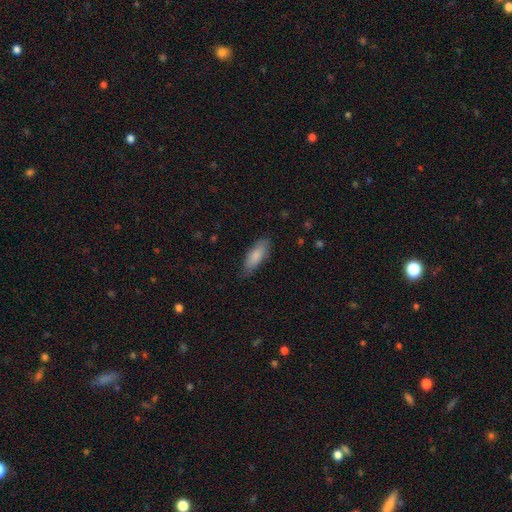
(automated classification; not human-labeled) A smooth galaxy with no disk features (83%) that is in between round and cigar-shaped (67%).

Vote fractions:
- Smooth or featured? smooth: 83% / featured or disk: 11% / star or artifact: 6%
- How rounded? in between: 67% / cigar-shaped: 31% / round: 2%
- Merging? none: 76% / minor disturbance: 19% / major disturbance: 4% / merger: 1%